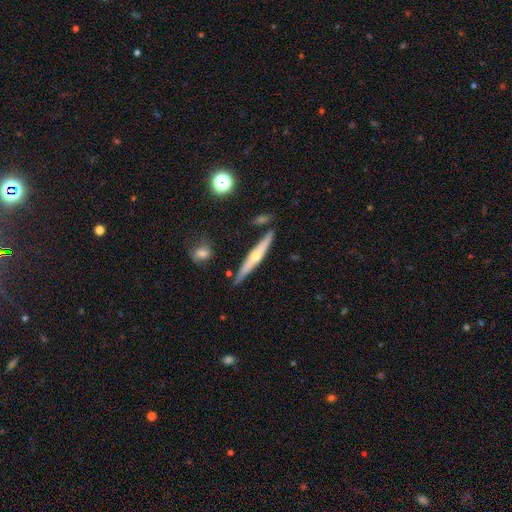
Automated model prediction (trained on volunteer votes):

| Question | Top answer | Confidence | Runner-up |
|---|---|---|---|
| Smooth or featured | featured or disk | 62% | smooth (31%) |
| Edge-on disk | yes | 96% | no (4%) |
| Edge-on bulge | rounded | 85% | none (11%) |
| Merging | none | 85% | minor disturbance (10%) |